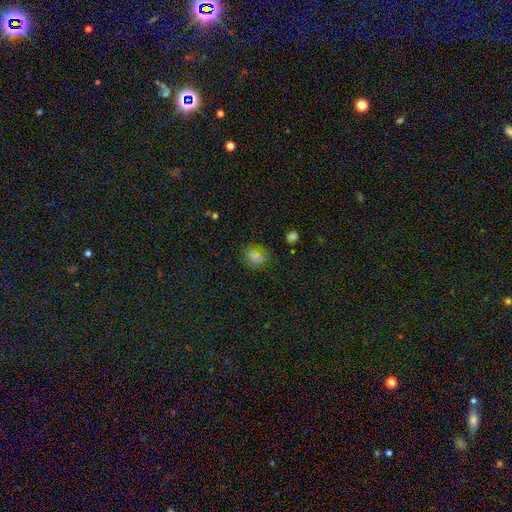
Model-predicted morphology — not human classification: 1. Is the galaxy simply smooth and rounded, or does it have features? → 69% smooth, 22% star or artifact, 10% featured or disk.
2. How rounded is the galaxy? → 72% round, 26% in between, 2% cigar-shaped.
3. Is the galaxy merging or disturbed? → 76% none, 16% minor disturbance, 5% major disturbance, 2% merger.